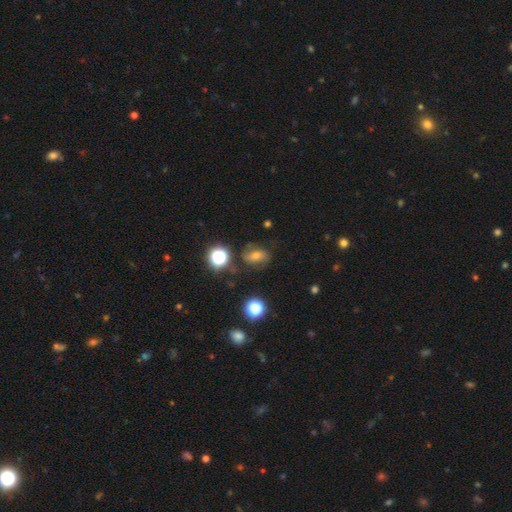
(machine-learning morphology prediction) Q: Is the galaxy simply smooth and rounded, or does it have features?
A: featured or disk — 46%.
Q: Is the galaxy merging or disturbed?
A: none — 70%.